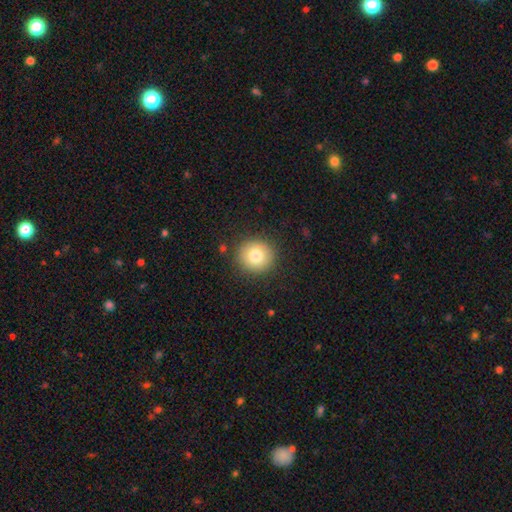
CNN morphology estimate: Smooth or featured? Predicted: smooth (p=0.79). How rounded? Predicted: round (p=0.91). Merging? Predicted: none (p=0.89).